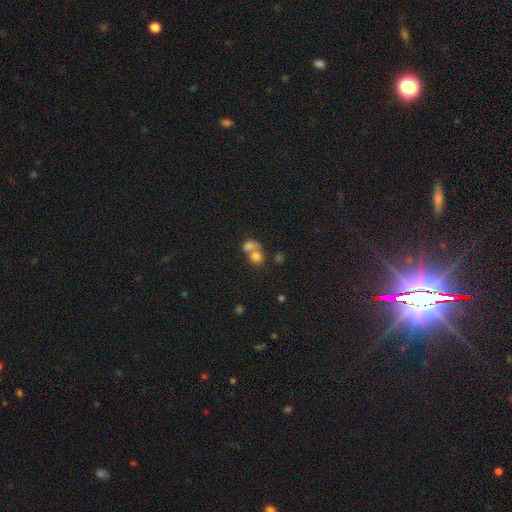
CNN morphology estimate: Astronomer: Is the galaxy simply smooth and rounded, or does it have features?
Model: smooth — 75%.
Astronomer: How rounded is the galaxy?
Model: round — 61% (runner-up: in between, 37%).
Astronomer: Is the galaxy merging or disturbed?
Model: merger — 65%.